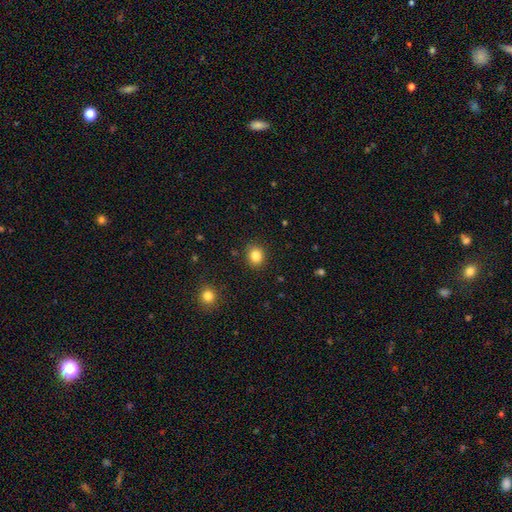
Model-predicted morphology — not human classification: This appears to be a smooth galaxy with no disk features (83%) that is round (71%). Merging: none (89%).